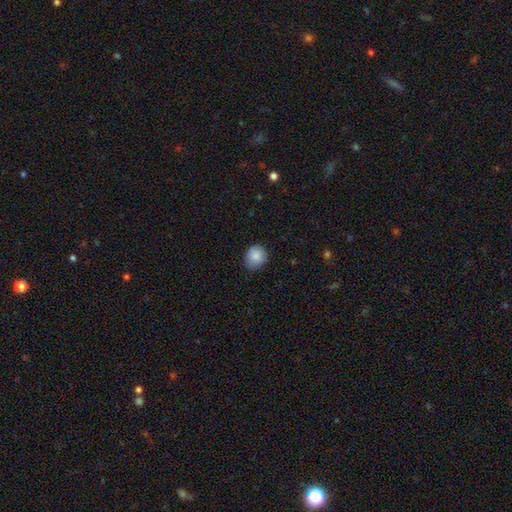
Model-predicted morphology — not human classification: A smooth galaxy with no disk features (88%) that is round (78%). Merging: none (81%).